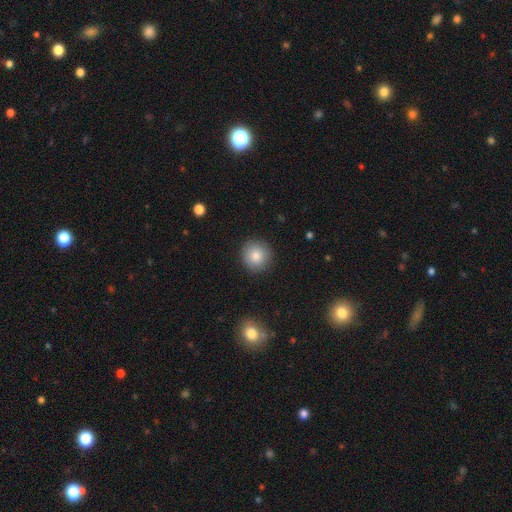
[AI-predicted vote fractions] Overall: smooth (82%). How rounded: round (93%). Merging: none (90%).